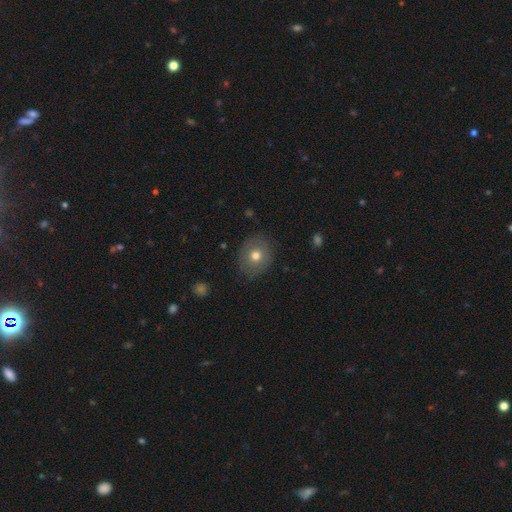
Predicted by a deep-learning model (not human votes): This appears to be a smooth galaxy with no disk features (68%) that is round (69%). Merging: none (83%).